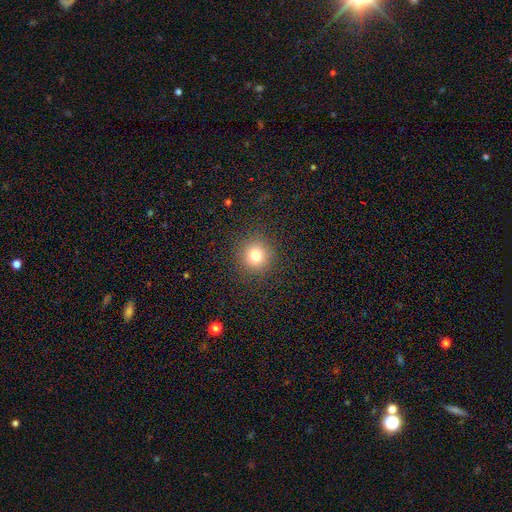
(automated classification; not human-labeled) Morphology: type=smooth (79%); roundness=round (93%); merging=none (90%).